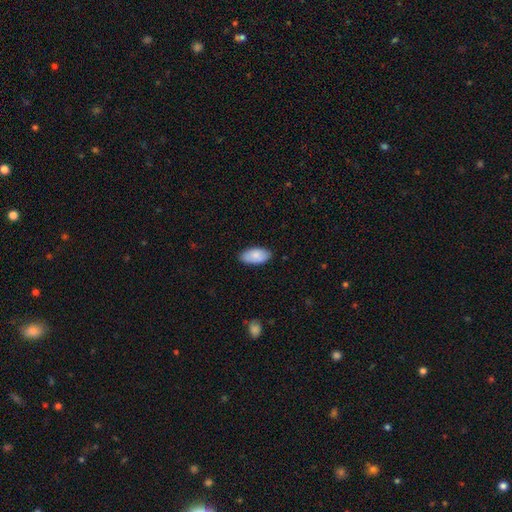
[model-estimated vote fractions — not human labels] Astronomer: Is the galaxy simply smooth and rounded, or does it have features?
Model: smooth — 86%.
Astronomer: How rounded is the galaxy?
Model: in between — 95%.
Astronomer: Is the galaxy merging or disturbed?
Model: none — 85%.